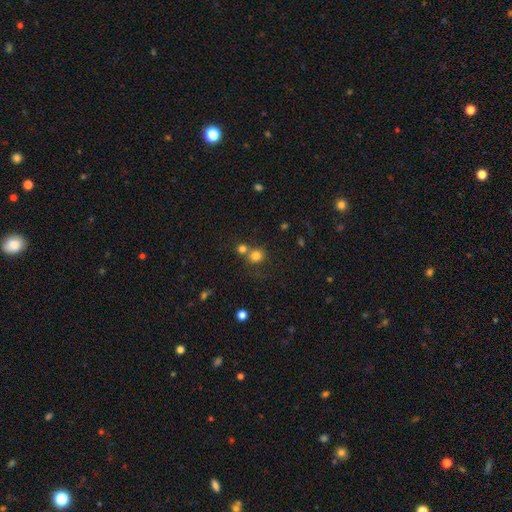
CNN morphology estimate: The model was most divided on "merging": none: 52%, merger: 35%, minor disturbance: 8%, major disturbance: 4%. More confident: how rounded — round (86%); smooth or featured — smooth (78%).